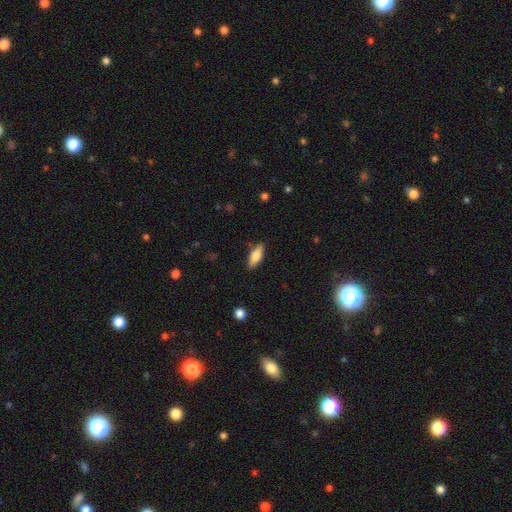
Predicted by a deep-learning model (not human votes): Smooth or featured?
  - smooth: 68% *
  - featured or disk: 26%
  - star or artifact: 6%
How rounded?
  - in between: 66% *
  - cigar-shaped: 31%
  - round: 3%
Merging?
  - none: 85% *
  - minor disturbance: 12%
  - major disturbance: 2%
  - merger: 1%